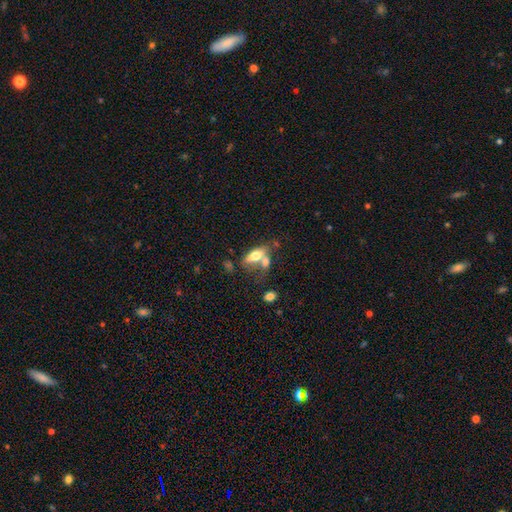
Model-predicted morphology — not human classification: Smooth or featured? smooth (64%)
How rounded? in between (73%)
Merging? merger (42%)